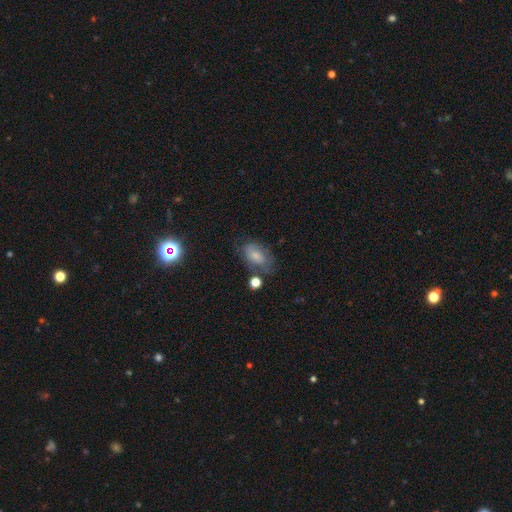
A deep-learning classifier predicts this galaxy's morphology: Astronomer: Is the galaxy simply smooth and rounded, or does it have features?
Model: smooth — 66%.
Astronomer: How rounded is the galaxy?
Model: in between — 87%.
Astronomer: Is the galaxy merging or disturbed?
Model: none — 54%.